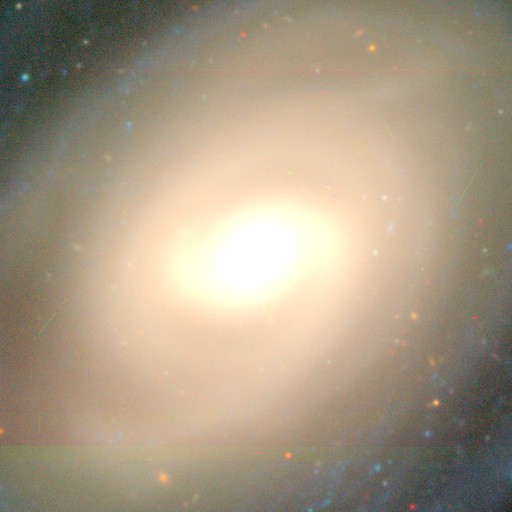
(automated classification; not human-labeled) This appears to be a featured or disk galaxy (83%) with a strong bar (43%), 2 (67%) tight (53%) spiral arms (86%) and a moderate central bulge (57%). Merging: none (76%).